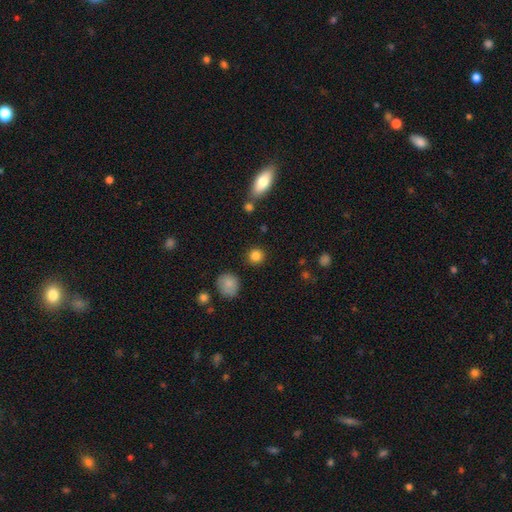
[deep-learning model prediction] Q: Smooth or featured?
A: smooth (85%); runner-up: star or artifact (11%)
Q: How rounded?
A: round (92%); runner-up: in between (7%)
Q: Merging?
A: none (88%); runner-up: minor disturbance (6%)